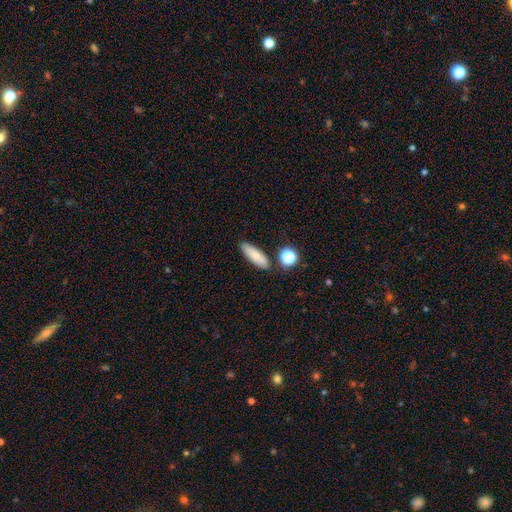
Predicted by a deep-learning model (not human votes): The model was most divided on "how rounded": in between: 52%, cigar-shaped: 44%, round: 4%. More confident: merging — none (82%); smooth or featured — smooth (79%).